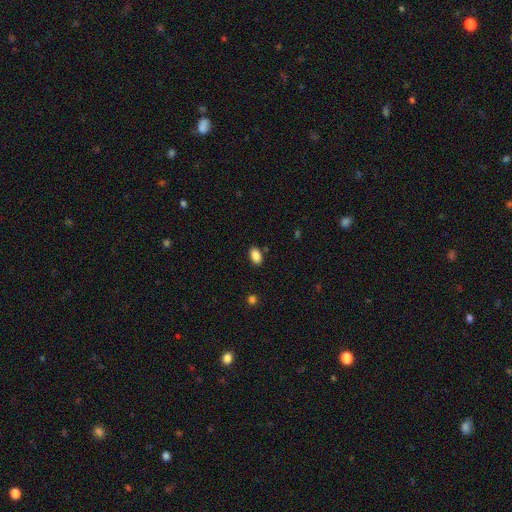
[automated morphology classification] The model was most divided on "merging": none: 86%, minor disturbance: 10%, major disturbance: 2%, merger: 2%. More confident: how rounded — in between (90%); smooth or featured — smooth (88%).